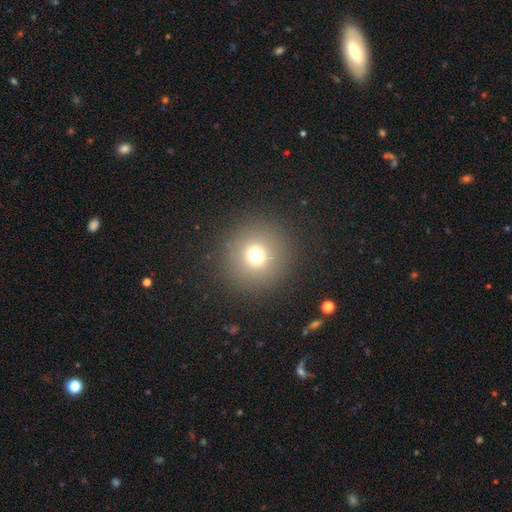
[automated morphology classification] Smooth or featured: smooth — 72% (star or artifact — 18%)
How rounded: round — 95% (in between — 4%)
Merging: none — 90% (minor disturbance — 5%)